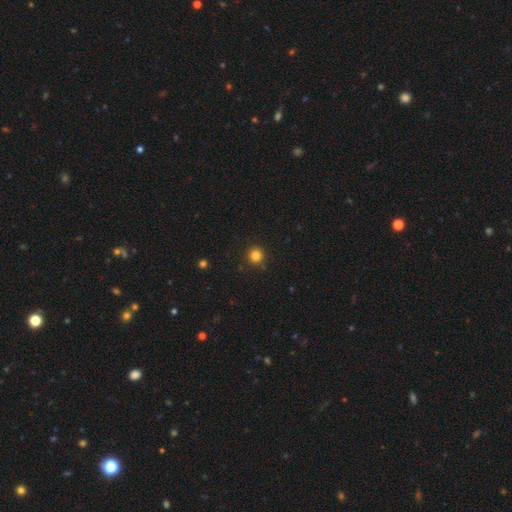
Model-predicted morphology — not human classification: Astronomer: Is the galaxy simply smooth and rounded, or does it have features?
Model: smooth — 82%.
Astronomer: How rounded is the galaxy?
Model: round — 95%.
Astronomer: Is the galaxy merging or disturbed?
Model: none — 91%.